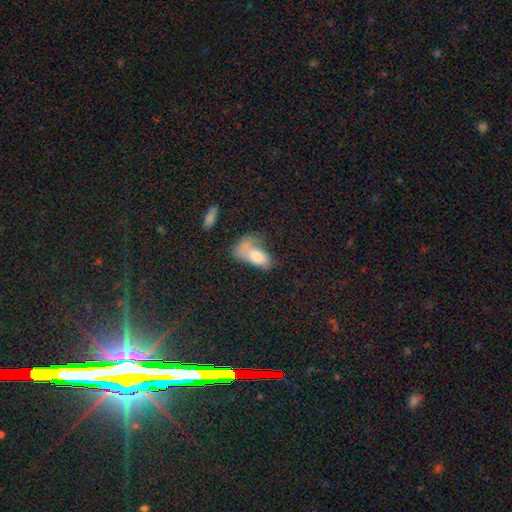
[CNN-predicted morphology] Overall: smooth (72%). How rounded: in between (90%). Merging: merger (30%; major disturbance 28%).